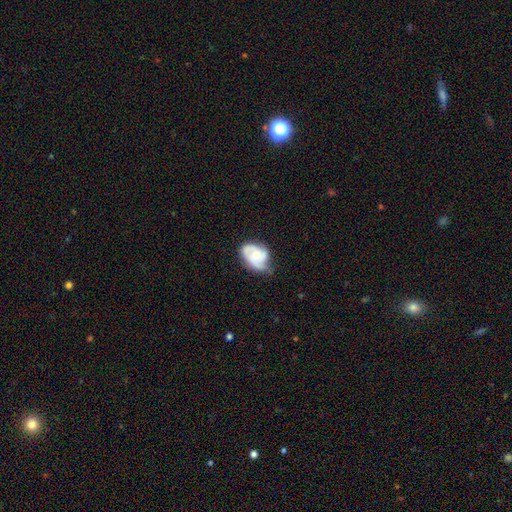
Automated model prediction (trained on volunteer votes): Smooth or featured? featured or disk (65%)
Edge-on disk? no (97%)
Bar? no (74%)
Spiral arms? yes (87%)
Spiral winding? medium (42%)
Spiral arm count? 2 (38%)
Bulge size? moderate (44%)
Merging? none (44%)